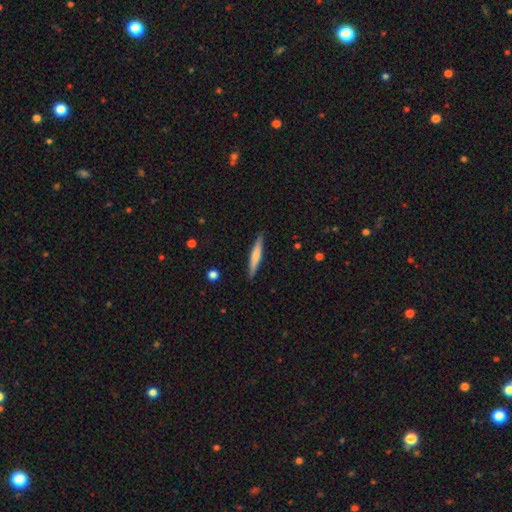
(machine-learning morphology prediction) The model was most divided on "smooth or featured": smooth: 57%, featured or disk: 38%, star or artifact: 5%. More confident: how rounded — cigar-shaped (94%); merging — none (90%).